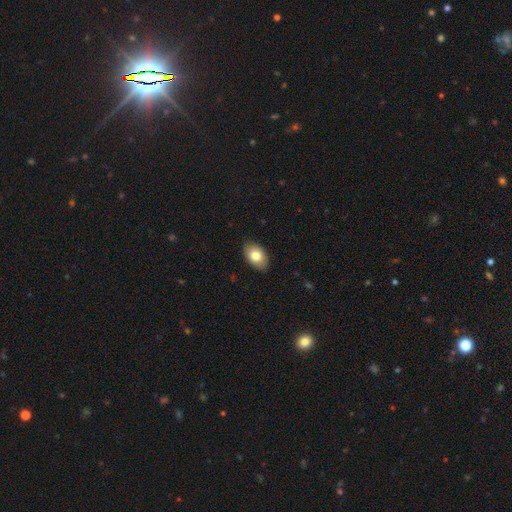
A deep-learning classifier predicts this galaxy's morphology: type=smooth (78%); roundness=in between (89%); merging=none (88%).